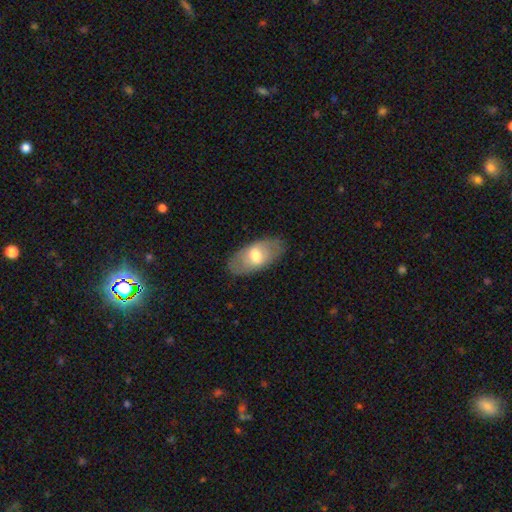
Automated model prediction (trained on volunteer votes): Smooth or featured: smooth — 56% (featured or disk — 38%)
How rounded: in between — 92% (cigar-shaped — 4%)
Merging: none — 82% (minor disturbance — 13%)